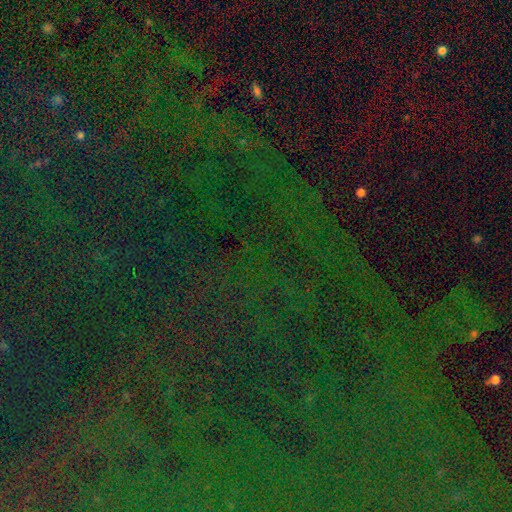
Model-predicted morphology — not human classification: smooth_or_featured: star or artifact (p=0.82) [alt: smooth p=0.10]